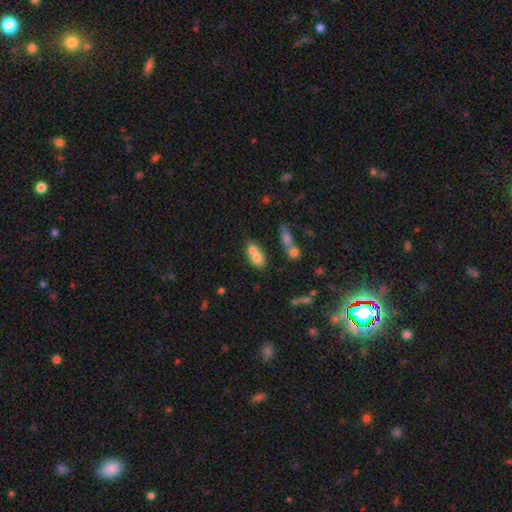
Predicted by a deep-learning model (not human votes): smooth_or_featured: smooth (p=0.69) [alt: featured or disk p=0.20]
how_rounded: in between (p=0.70) [alt: round p=0.24]
merging: merger (p=0.61) [alt: none p=0.26]